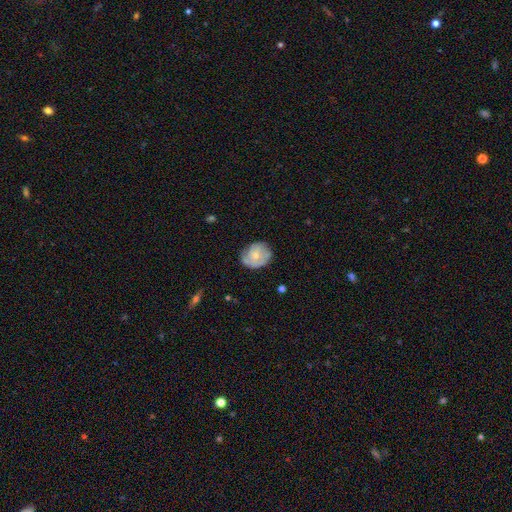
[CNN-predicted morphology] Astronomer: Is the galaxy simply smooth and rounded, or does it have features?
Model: smooth — 55% (runner-up: featured or disk, 38%).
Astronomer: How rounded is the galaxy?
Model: round — 65%.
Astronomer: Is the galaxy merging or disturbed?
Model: none — 62%.